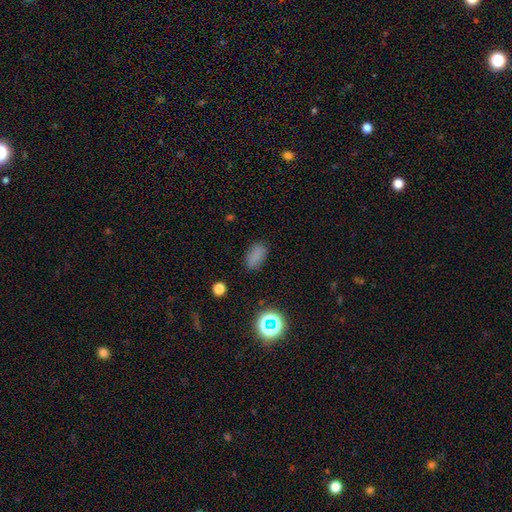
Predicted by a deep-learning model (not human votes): Smooth or featured? smooth (78%)
How rounded? in between (89%)
Merging? none (82%)